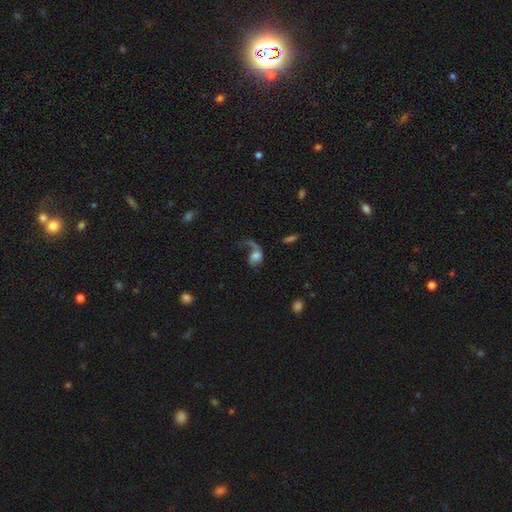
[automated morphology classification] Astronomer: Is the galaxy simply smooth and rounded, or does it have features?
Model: featured or disk — 57% (runner-up: smooth, 33%).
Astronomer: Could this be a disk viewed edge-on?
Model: no — 96%.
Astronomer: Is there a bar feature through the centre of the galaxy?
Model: no — 69%.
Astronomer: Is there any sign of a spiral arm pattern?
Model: yes — 82%.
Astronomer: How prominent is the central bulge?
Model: moderate — 39% (runner-up: large, 22%).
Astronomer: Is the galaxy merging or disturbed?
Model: major disturbance — 49% (runner-up: none, 29%).